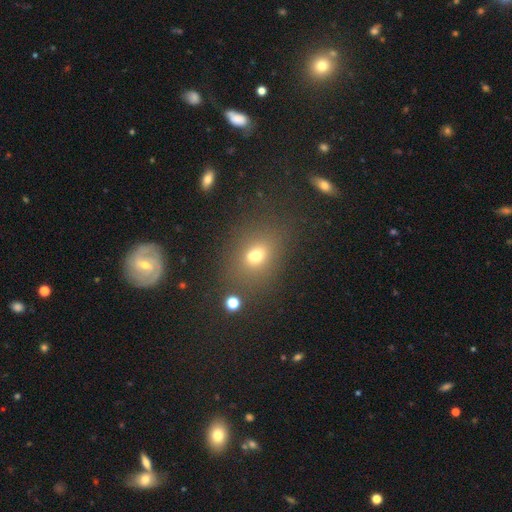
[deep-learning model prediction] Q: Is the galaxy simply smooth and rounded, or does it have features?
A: smooth — 67%.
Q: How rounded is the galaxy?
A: in between — 57%.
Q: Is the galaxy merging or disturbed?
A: none — 64%.